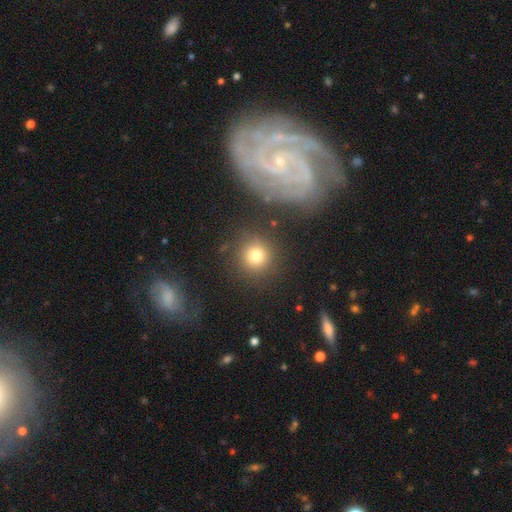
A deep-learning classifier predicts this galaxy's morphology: smooth-or-featured: smooth: 77% | star or artifact: 14% | featured or disk: 9%
  how-rounded: round: 92% | in between: 7% | cigar-shaped: 1%
  merging: none: 82% | minor disturbance: 9% | merger: 5% | major disturbance: 4%